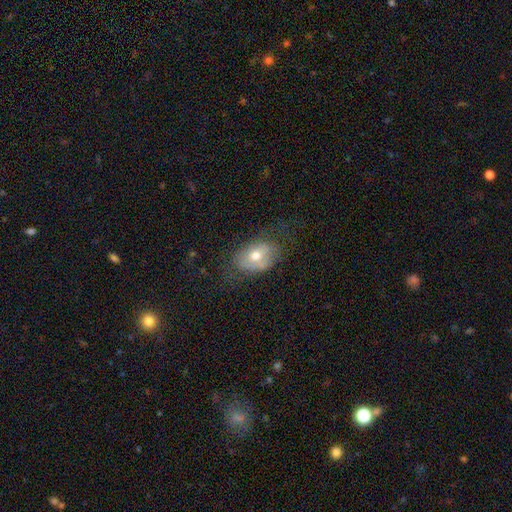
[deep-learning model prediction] This is possibly a smooth galaxy (56%). How rounded: clearly in between (85%). Merging: possibly none (57%).